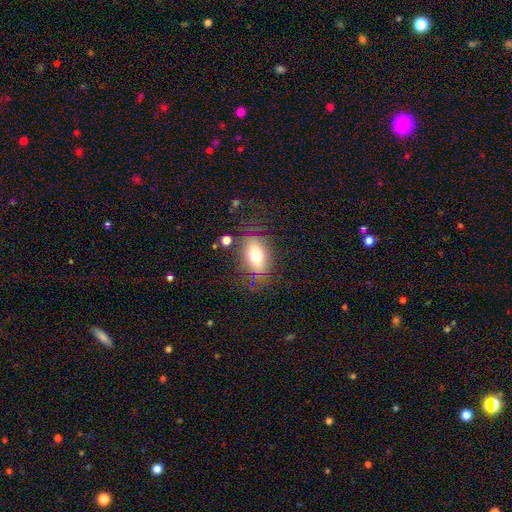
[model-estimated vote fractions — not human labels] Smooth or featured? Predicted: smooth (p=0.69). How rounded? Predicted: in between (p=0.79). Merging? Predicted: none (p=0.72).